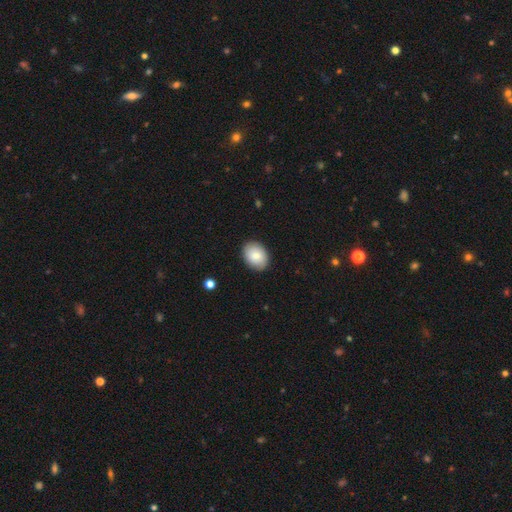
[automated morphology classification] This appears to be a smooth galaxy with no disk features (80%) that is in between round and cigar-shaped (70%). Merging: none (87%).